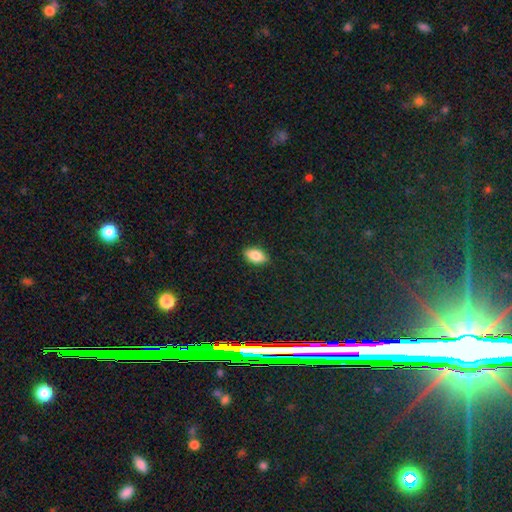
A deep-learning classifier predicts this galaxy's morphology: Smooth or featured? smooth (82%)
How rounded? in between (91%)
Merging? none (88%)